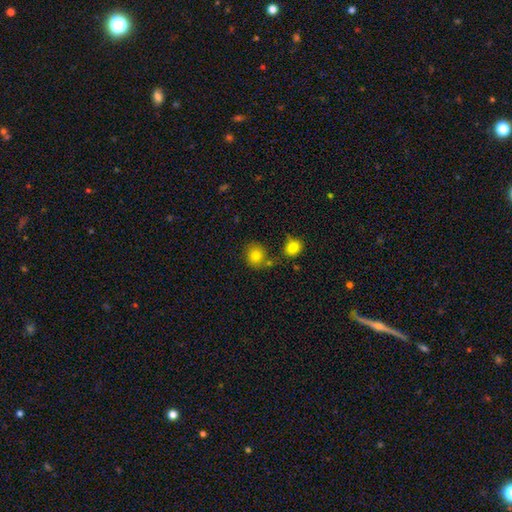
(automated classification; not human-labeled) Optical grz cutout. It shows a smooth galaxy with no disk features (80%) that is round (79%). Merging: none (65%).